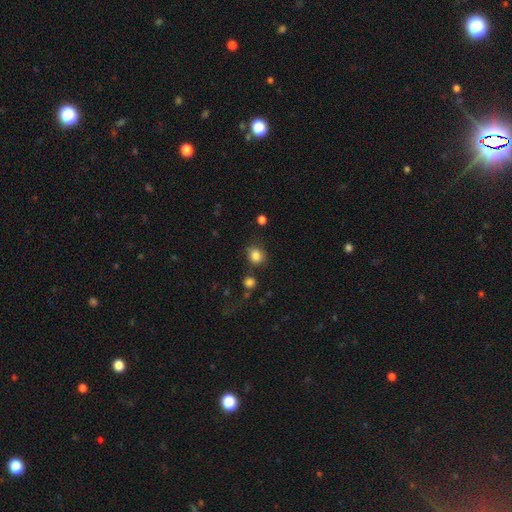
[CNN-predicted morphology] This appears to be a smooth galaxy with no disk features (84%) that is round (67%). Merging: none (73%).